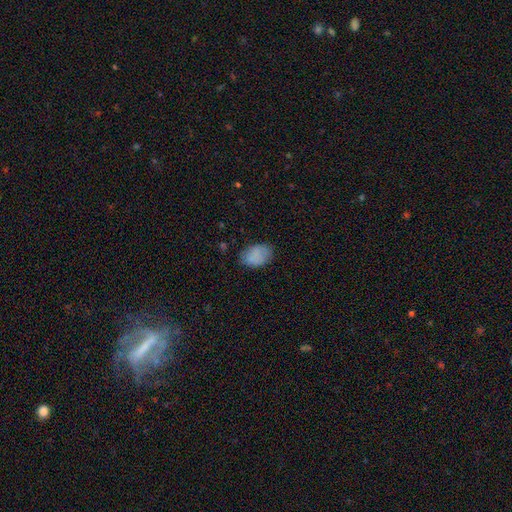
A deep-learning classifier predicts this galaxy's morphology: Q: Smooth or featured?
A: smooth (83%); runner-up: featured or disk (9%)
Q: How rounded?
A: in between (84%); runner-up: round (15%)
Q: Merging?
A: none (76%); runner-up: minor disturbance (18%)